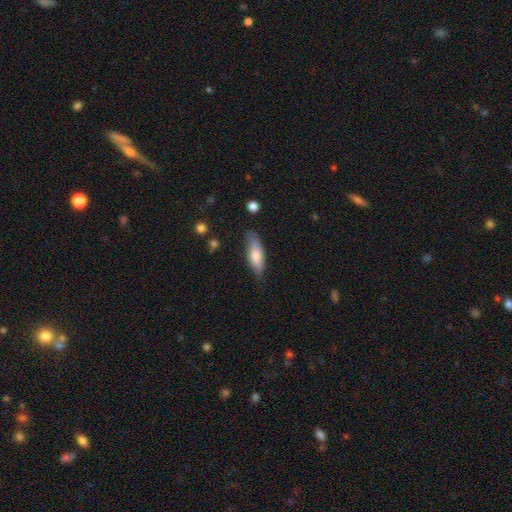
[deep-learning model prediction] smooth_or_featured: smooth (p=0.73) [alt: featured or disk p=0.21]
how_rounded: in between (p=0.53) [alt: cigar-shaped p=0.45]
merging: none (p=0.78) [alt: minor disturbance p=0.17]